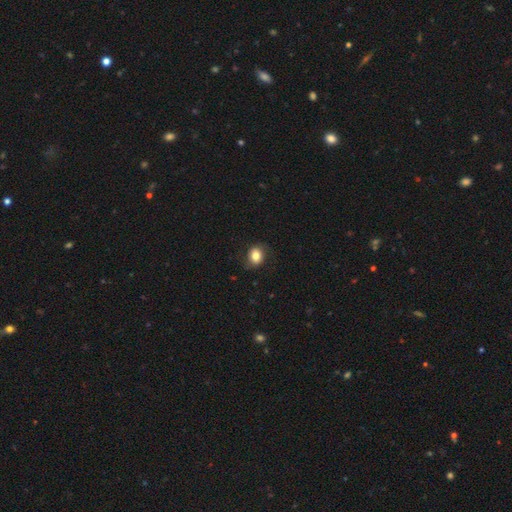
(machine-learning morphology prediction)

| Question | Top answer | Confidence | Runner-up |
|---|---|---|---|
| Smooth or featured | smooth | 78% | featured or disk (14%) |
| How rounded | in between | 52% | round (47%) |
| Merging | none | 77% | minor disturbance (16%) |